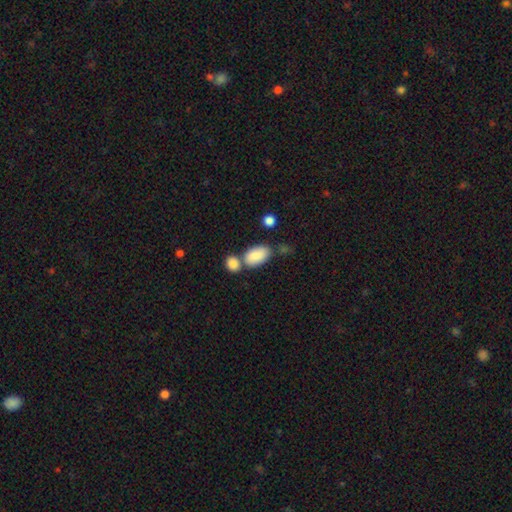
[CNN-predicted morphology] A smooth galaxy with no disk features (86%) that is in between round and cigar-shaped (93%).

Vote fractions:
- Smooth or featured? smooth: 86% / featured or disk: 8% / star or artifact: 6%
- How rounded? in between: 93% / round: 5% / cigar-shaped: 2%
- Merging? none: 47% / merger: 34% / minor disturbance: 14% / major disturbance: 5%